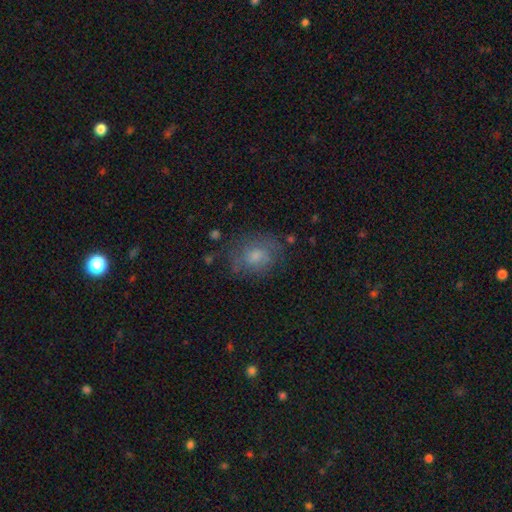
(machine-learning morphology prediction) smooth 58%, featured or disk 29%, star or artifact 14%. Down the decision tree: how rounded — round (52%); merging — none (69%).